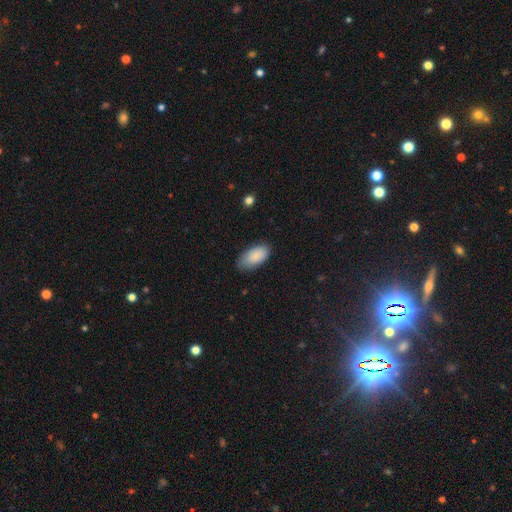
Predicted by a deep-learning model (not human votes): Q: Smooth or featured?
A: smooth (88%); runner-up: star or artifact (6%)
Q: How rounded?
A: in between (94%); runner-up: cigar-shaped (3%)
Q: Merging?
A: none (76%); runner-up: minor disturbance (19%)